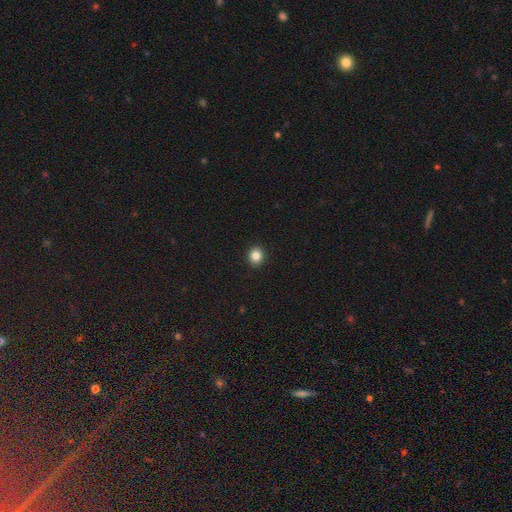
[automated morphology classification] smooth 85%, star or artifact 11%, featured or disk 4%. Down the decision tree: how rounded — round (81%); merging — none (93%).